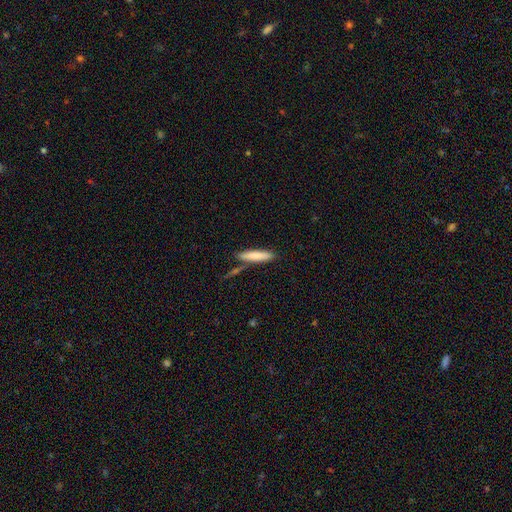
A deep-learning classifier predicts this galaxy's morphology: smooth_or_featured: smooth (p=0.80) [alt: featured or disk p=0.14]
how_rounded: cigar-shaped (p=0.85) [alt: in between p=0.14]
merging: none (p=0.76) [alt: minor disturbance p=0.12]